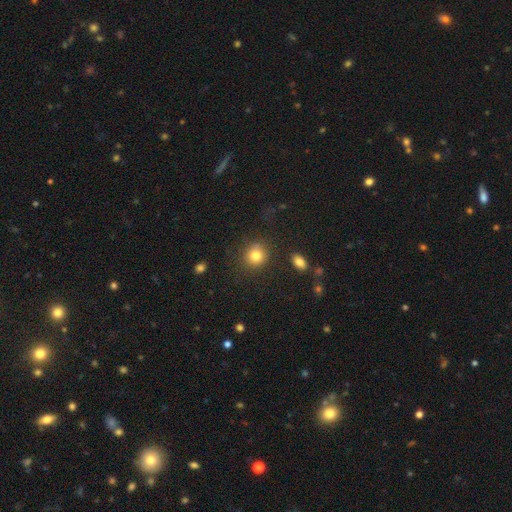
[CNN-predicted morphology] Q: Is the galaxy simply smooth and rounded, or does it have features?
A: smooth — 82%.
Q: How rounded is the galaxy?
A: round — 81%.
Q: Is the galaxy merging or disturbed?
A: none — 79%.